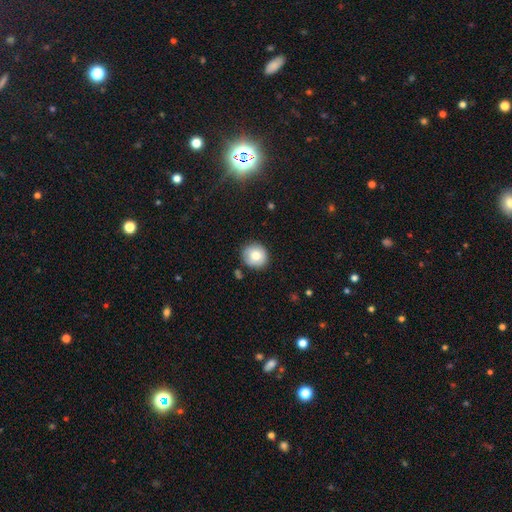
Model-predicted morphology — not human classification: Smooth or featured? smooth (78%)
How rounded? round (89%)
Merging? none (84%)